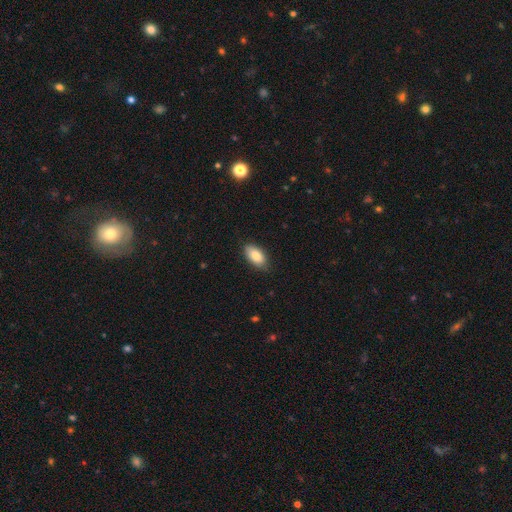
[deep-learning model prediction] A smooth galaxy with no disk features (85%) that is in between round and cigar-shaped (93%). Merging: none (84%).